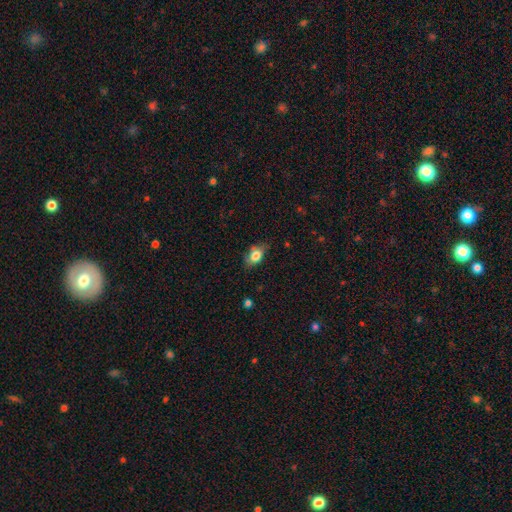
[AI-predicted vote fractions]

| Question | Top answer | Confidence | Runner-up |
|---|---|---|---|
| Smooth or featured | smooth | 78% | featured or disk (14%) |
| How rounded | in between | 82% | round (14%) |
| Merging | none | 65% | minor disturbance (27%) |